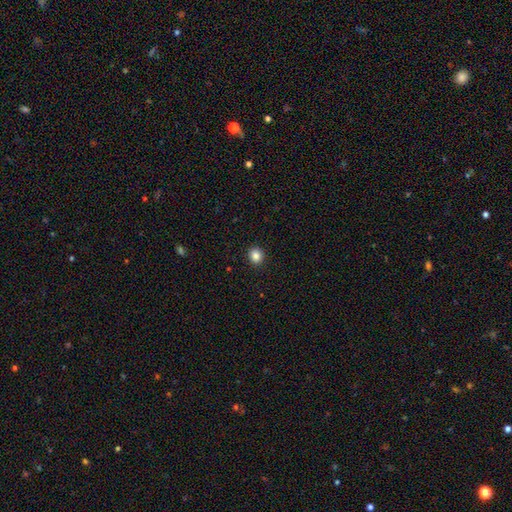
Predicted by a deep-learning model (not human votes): Q: Smooth or featured?
A: smooth (86%); runner-up: star or artifact (11%)
Q: How rounded?
A: round (82%); runner-up: in between (17%)
Q: Merging?
A: none (93%); runner-up: minor disturbance (5%)